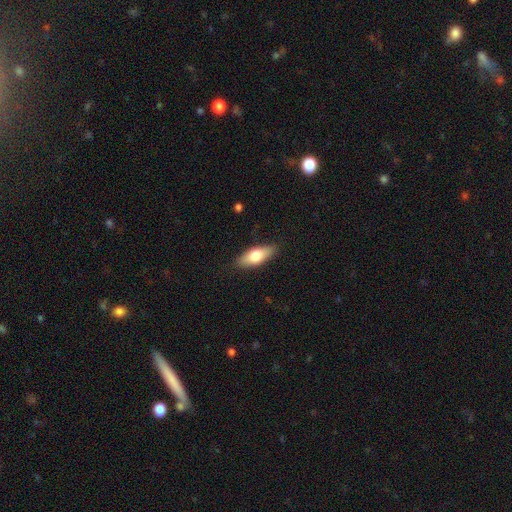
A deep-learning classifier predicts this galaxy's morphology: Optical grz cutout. It shows a smooth galaxy with no disk features (70%) that is in between round and cigar-shaped (74%). Merging: none (86%).